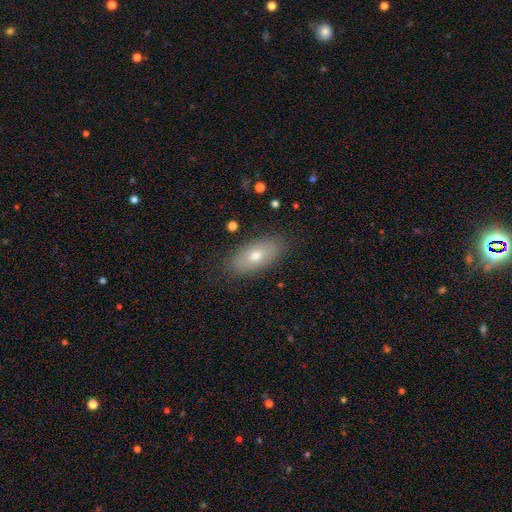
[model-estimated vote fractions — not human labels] The model was most divided on "smooth or featured": smooth: 65%, featured or disk: 27%, star or artifact: 8%. More confident: how rounded — in between (90%); merging — none (84%).